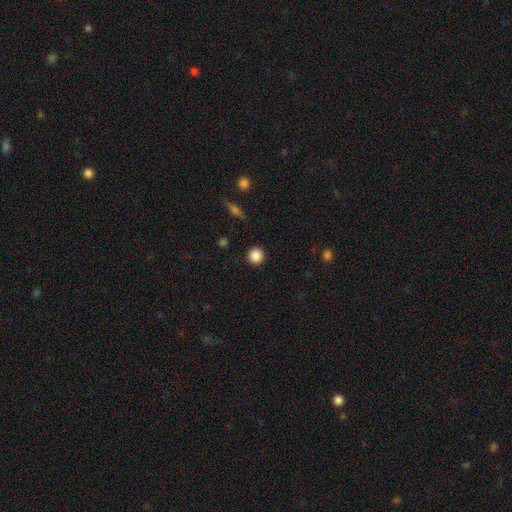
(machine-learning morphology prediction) This appears to be a smooth galaxy with no disk features (87%) that is round (94%). Merging: none (92%).